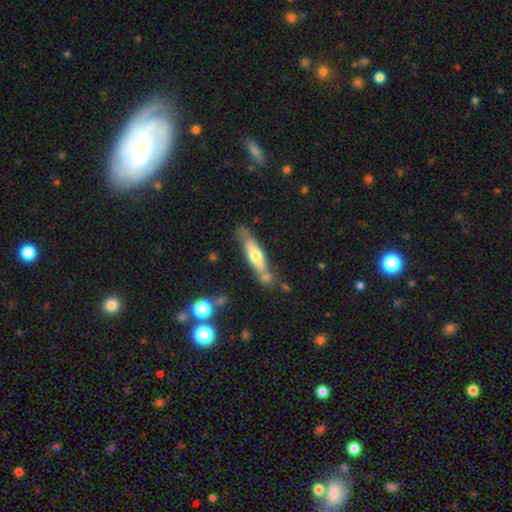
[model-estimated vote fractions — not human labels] Smooth or featured? featured or disk (49%)
Merging? none (62%)